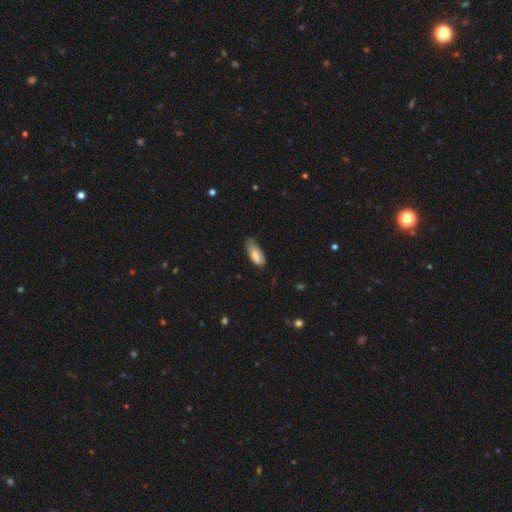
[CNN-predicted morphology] A smooth galaxy with no disk features (77%) that is in between round and cigar-shaped (83%).

Vote fractions:
- Smooth or featured? smooth: 77% / featured or disk: 17% / star or artifact: 7%
- How rounded? in between: 83% / cigar-shaped: 15% / round: 2%
- Merging? none: 47% / minor disturbance: 41% / major disturbance: 10% / merger: 2%